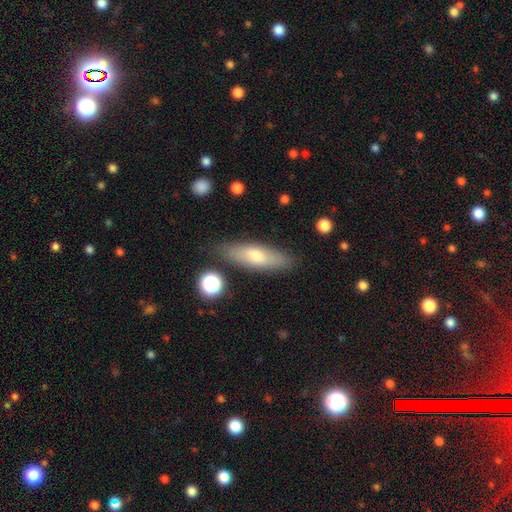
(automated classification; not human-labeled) The model was most divided on "how rounded": cigar-shaped: 54%, in between: 43%, round: 3%. More confident: merging — none (83%); smooth or featured — smooth (65%).